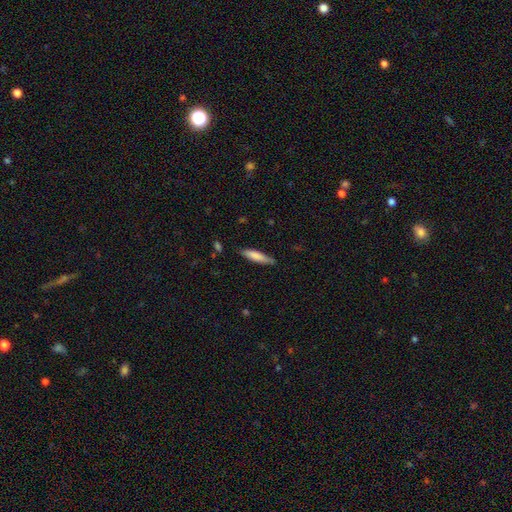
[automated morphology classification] This is likely a smooth galaxy (79%). How rounded: likely cigar-shaped (76%). Merging: likely none (78%).